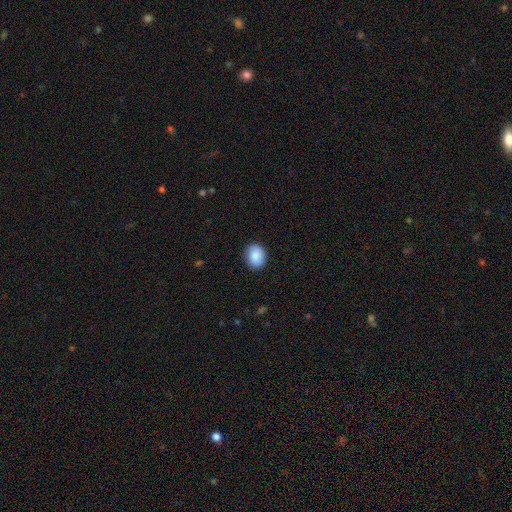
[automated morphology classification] This is clearly a smooth galaxy (88%). How rounded: possibly in between (50%). Merging: clearly none (88%).